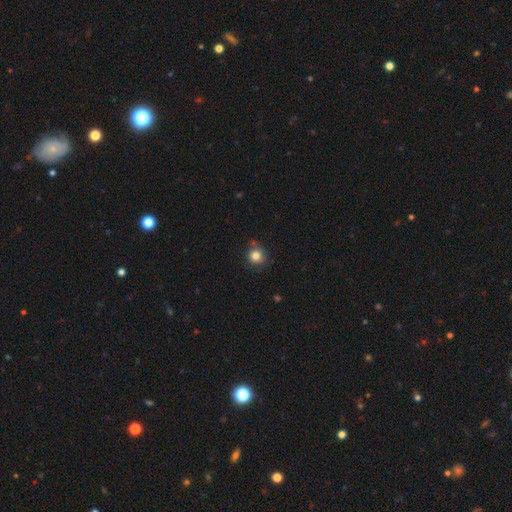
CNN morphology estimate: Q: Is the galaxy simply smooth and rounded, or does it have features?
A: smooth — 83%.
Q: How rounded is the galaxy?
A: round — 90%.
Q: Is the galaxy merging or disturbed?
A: none — 74%.